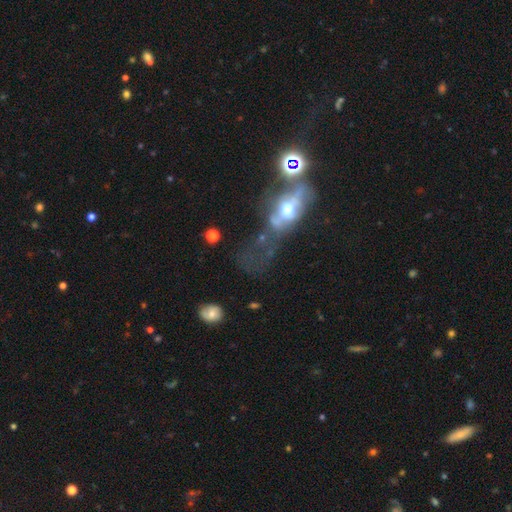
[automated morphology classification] Smooth or featured? featured or disk (44%)
Merging? major disturbance (43%)